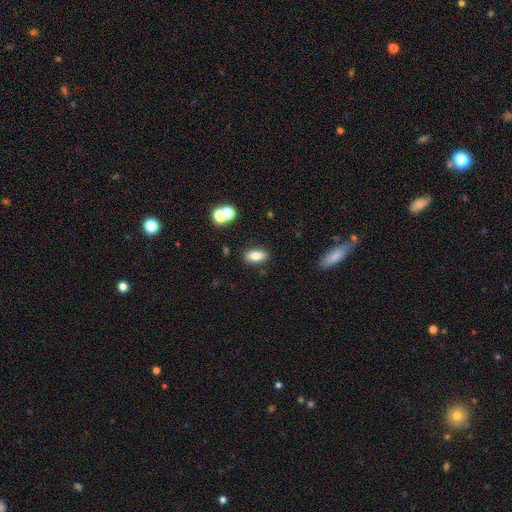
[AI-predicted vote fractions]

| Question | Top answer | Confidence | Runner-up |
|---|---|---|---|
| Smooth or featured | smooth | 80% | featured or disk (11%) |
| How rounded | in between | 86% | cigar-shaped (8%) |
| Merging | none | 85% | minor disturbance (9%) |